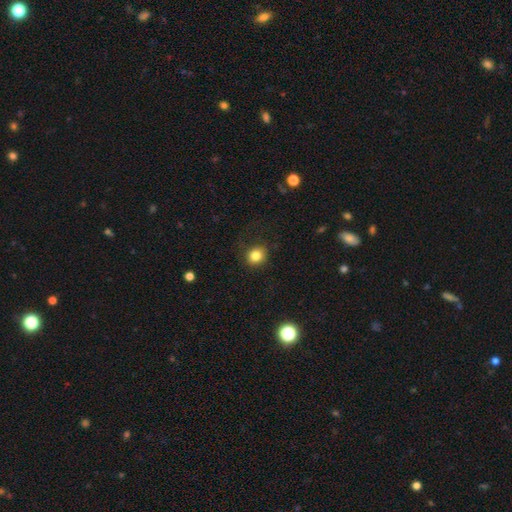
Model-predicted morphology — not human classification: smooth 83%, star or artifact 12%, featured or disk 6%. Down the decision tree: how rounded — round (78%); merging — none (85%).